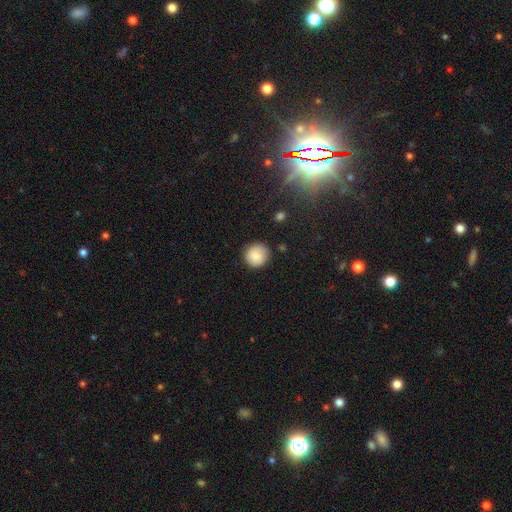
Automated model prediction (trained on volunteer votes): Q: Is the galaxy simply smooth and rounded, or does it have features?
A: smooth — 82%.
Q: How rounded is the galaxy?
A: round — 90%.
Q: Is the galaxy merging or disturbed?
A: none — 83%.